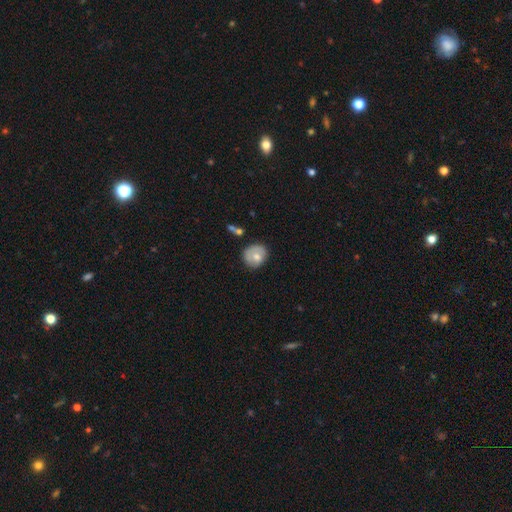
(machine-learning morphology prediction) Overall: smooth (64%; featured or disk 29%). How rounded: round (75%). Merging: none (66%).